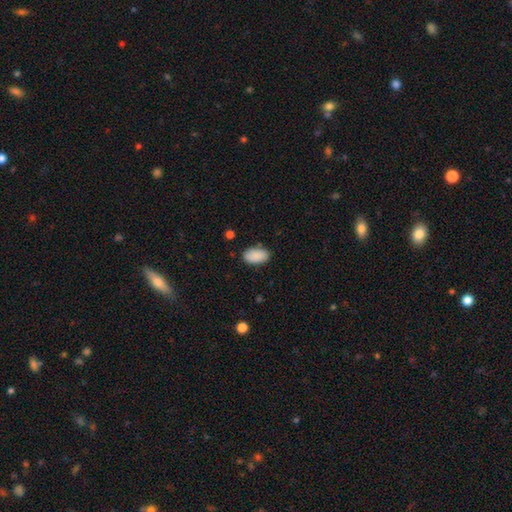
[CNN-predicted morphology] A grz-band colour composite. It shows a smooth galaxy with no disk features (90%) that is in between round and cigar-shaped (94%). Merging: none (84%).